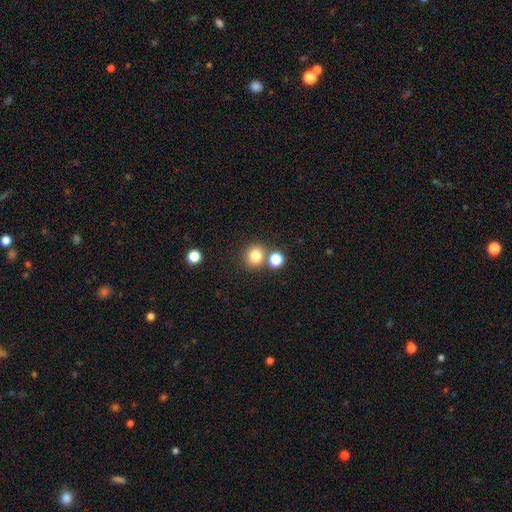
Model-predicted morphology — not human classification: Smooth or featured? smooth (80%)
How rounded? round (86%)
Merging? none (71%)